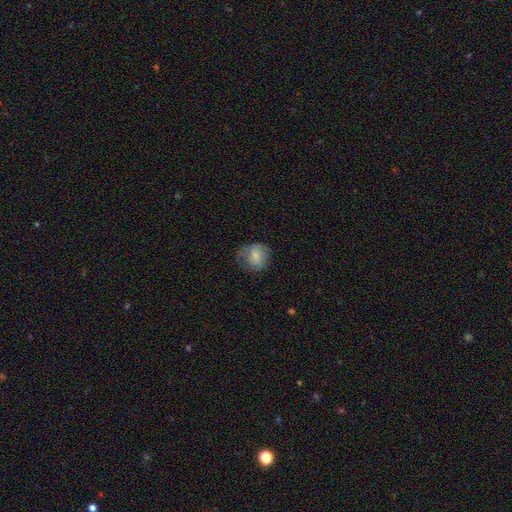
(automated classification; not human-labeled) A smooth galaxy with no disk features (67%) that is round (69%).

Vote fractions:
- Smooth or featured? smooth: 67% / featured or disk: 25% / star or artifact: 8%
- How rounded? round: 69% / in between: 30% / cigar-shaped: 1%
- Merging? none: 51% / minor disturbance: 29% / major disturbance: 19% / merger: 1%